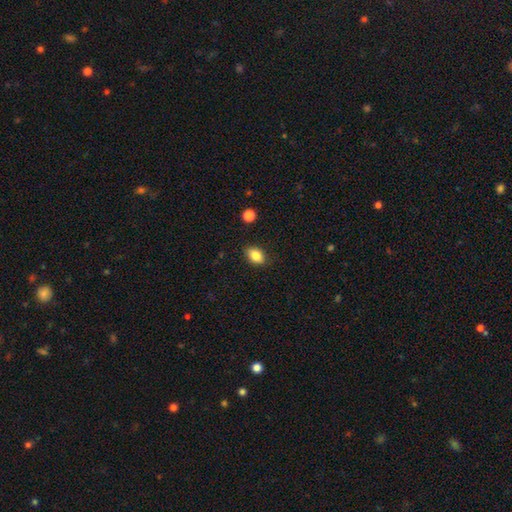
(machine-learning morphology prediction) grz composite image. It shows a smooth galaxy with no disk features (83%) that is in between round and cigar-shaped (81%). Merging: none (85%).